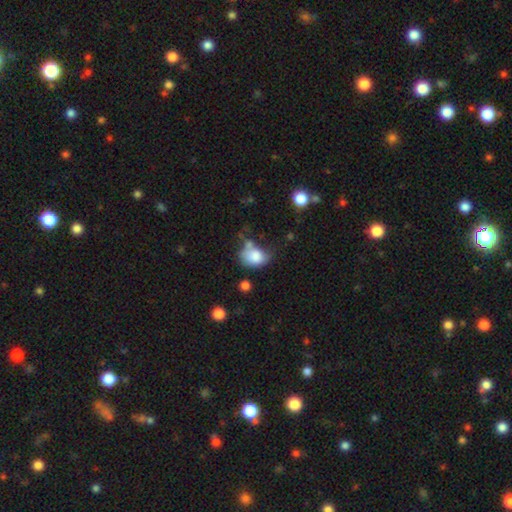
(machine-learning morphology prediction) Q: Smooth or featured?
A: smooth (77%); runner-up: featured or disk (14%)
Q: How rounded?
A: in between (66%); runner-up: round (33%)
Q: Merging?
A: none (31%); runner-up: minor disturbance (29%)